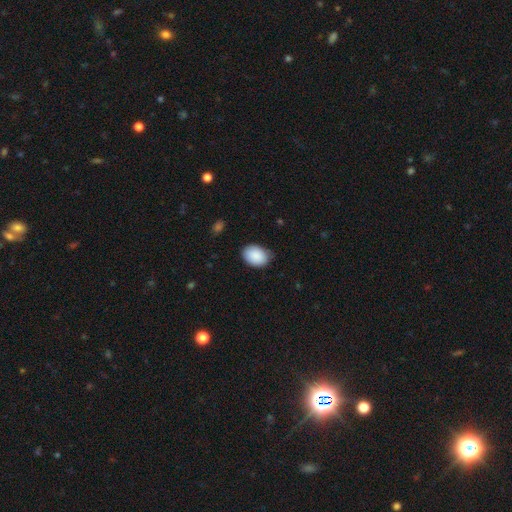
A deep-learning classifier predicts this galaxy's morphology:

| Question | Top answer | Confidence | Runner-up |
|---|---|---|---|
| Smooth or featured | smooth | 90% | star or artifact (7%) |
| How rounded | in between | 79% | round (20%) |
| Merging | none | 75% | minor disturbance (21%) |